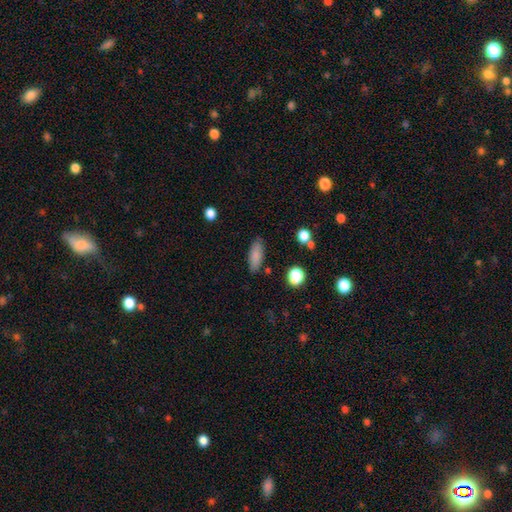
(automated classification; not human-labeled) Morphology: type=smooth (84%); roundness=in between (73%); merging=none (83%).